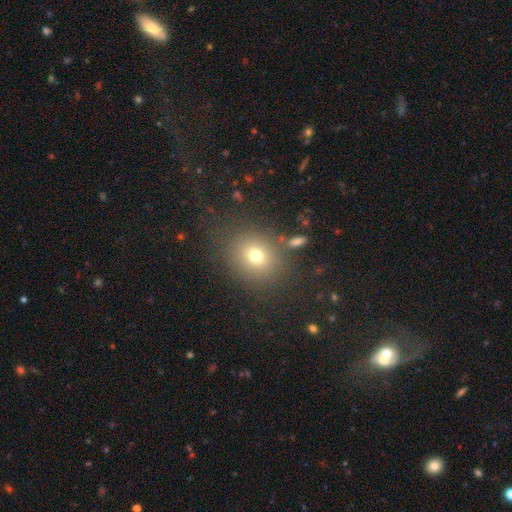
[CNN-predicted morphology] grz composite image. It shows a smooth galaxy with no disk features (72%) that is round (73%). Merging: none (80%).